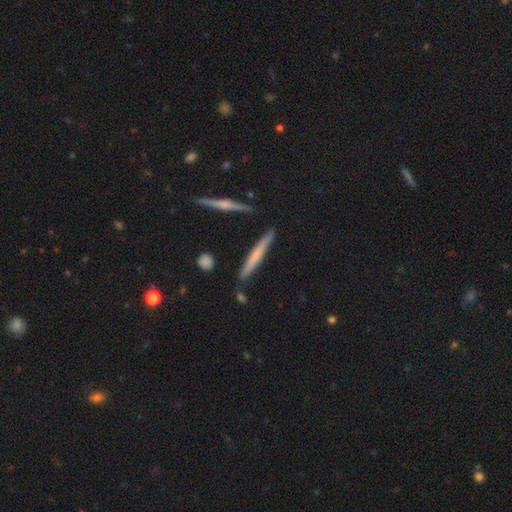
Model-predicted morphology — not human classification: Smooth or featured? Predicted: smooth (p=0.50). How rounded? Predicted: cigar-shaped (p=0.95). Merging? Predicted: none (p=0.85).